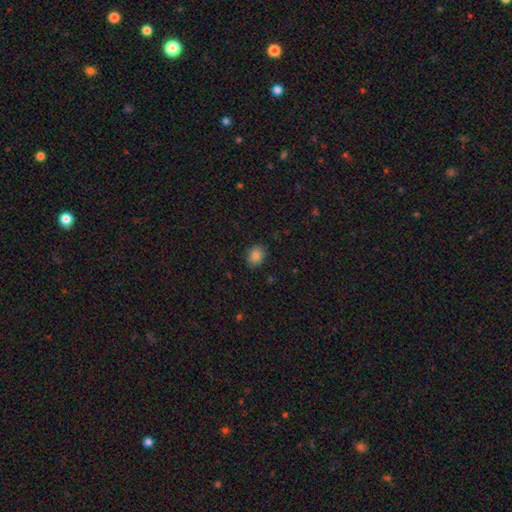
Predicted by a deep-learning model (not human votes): Overall: smooth (84%). How rounded: in between (51%; round 48%). Merging: none (86%).